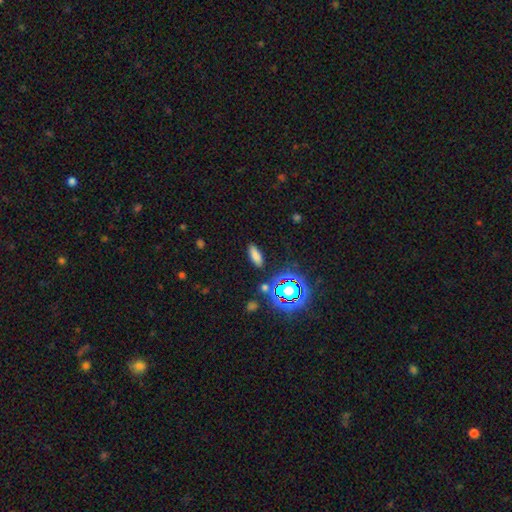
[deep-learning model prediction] smooth 72%, star or artifact 20%, featured or disk 8%. Down the decision tree: how rounded — in between (69%); merging — none (87%).